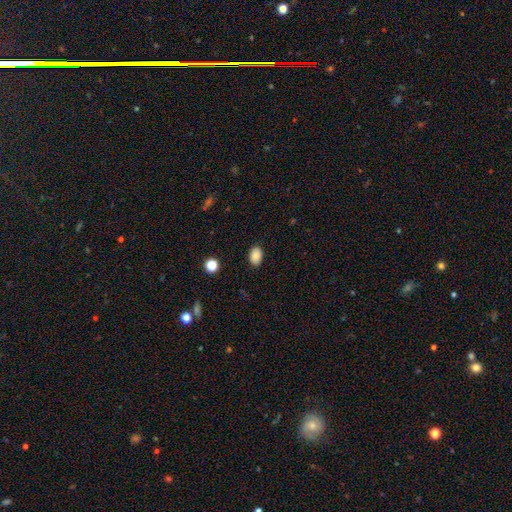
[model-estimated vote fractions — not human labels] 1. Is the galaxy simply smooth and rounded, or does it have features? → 85% smooth, 9% star or artifact, 6% featured or disk.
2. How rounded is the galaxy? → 84% in between, 15% round, 1% cigar-shaped.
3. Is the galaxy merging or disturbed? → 87% none, 10% minor disturbance, 2% major disturbance, 1% merger.